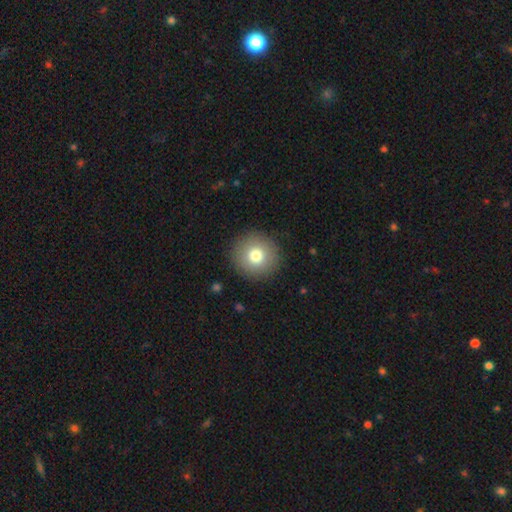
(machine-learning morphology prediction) This is likely a smooth galaxy (78%). How rounded: clearly round (95%). Merging: clearly none (91%).